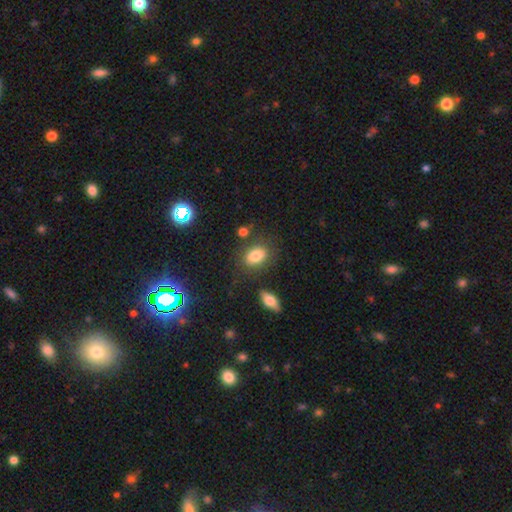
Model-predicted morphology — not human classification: A smooth galaxy with no disk features (80%) that is in between round and cigar-shaped (78%).

Vote fractions:
- Smooth or featured? smooth: 80% / star or artifact: 10% / featured or disk: 10%
- How rounded? in between: 78% / round: 20% / cigar-shaped: 2%
- Merging? none: 75% / minor disturbance: 14% / merger: 7% / major disturbance: 5%